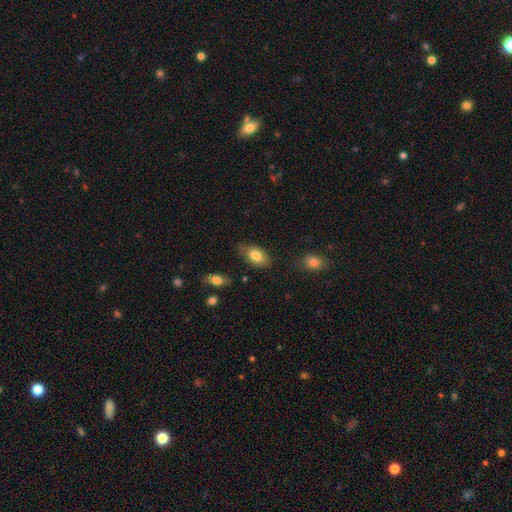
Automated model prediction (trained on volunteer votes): Smooth or featured: smooth — 80% (featured or disk — 13%)
How rounded: in between — 93% (round — 4%)
Merging: none — 75% (minor disturbance — 19%)